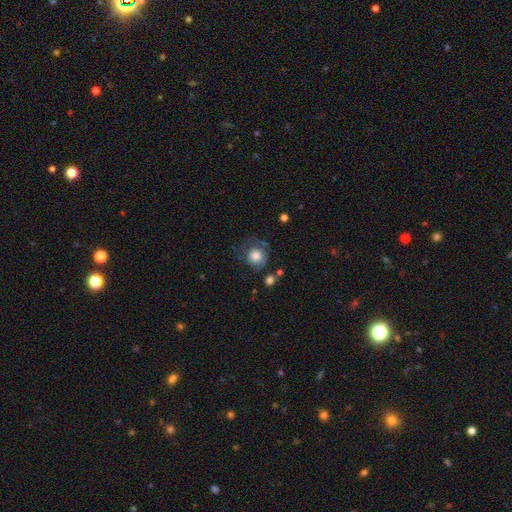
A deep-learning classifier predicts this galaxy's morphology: This is likely a smooth galaxy (78%). How rounded: clearly round (86%). Merging: possibly none (56%).